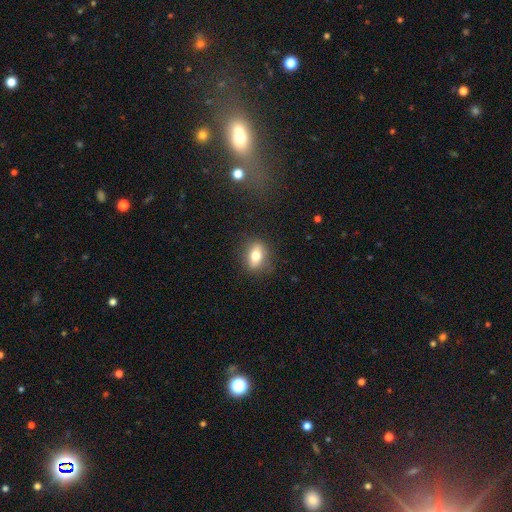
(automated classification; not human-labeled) Smooth or featured? smooth (69%)
How rounded? in between (73%)
Merging? none (83%)